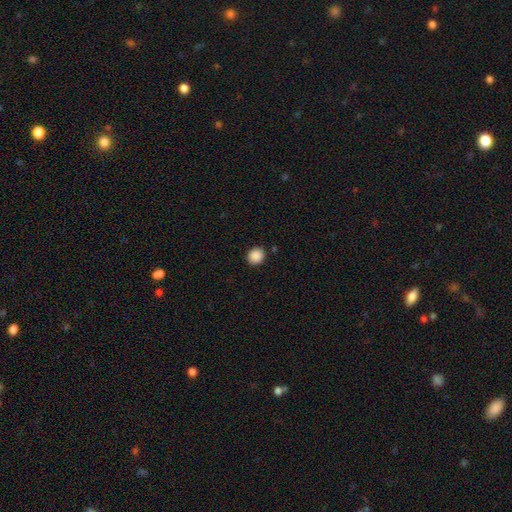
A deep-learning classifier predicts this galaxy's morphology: A smooth galaxy with no disk features (89%) that is round (83%). Merging: none (89%).